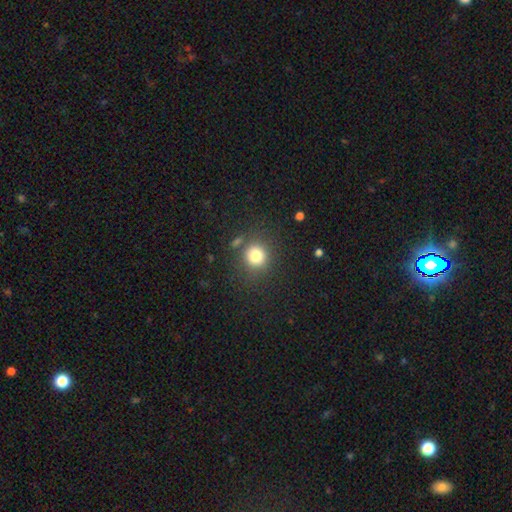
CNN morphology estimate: smooth_or_featured: smooth (p=0.80) [alt: star or artifact p=0.13]
how_rounded: round (p=0.90) [alt: in between p=0.09]
merging: none (p=0.81) [alt: minor disturbance p=0.09]